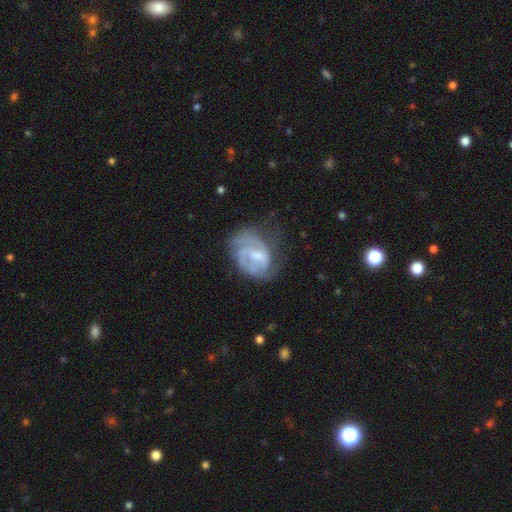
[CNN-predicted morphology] Smooth or featured? Predicted: featured or disk (p=0.77). Edge-on disk? Predicted: no (p=0.98). Bar? Predicted: weak (p=0.49). Spiral arms? Predicted: yes (p=0.88). Spiral winding? Predicted: tight (p=0.44). Spiral arm count? Predicted: 2 (p=0.37). Bulge size? Predicted: small (p=0.45). Merging? Predicted: none (p=0.51).